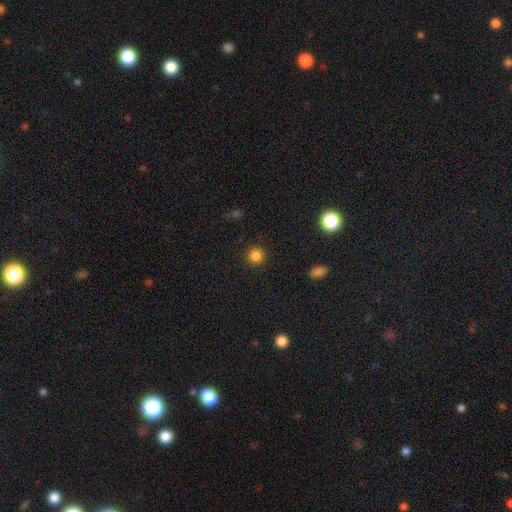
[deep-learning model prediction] A smooth galaxy with no disk features (84%) that is round (94%). Merging: none (91%).